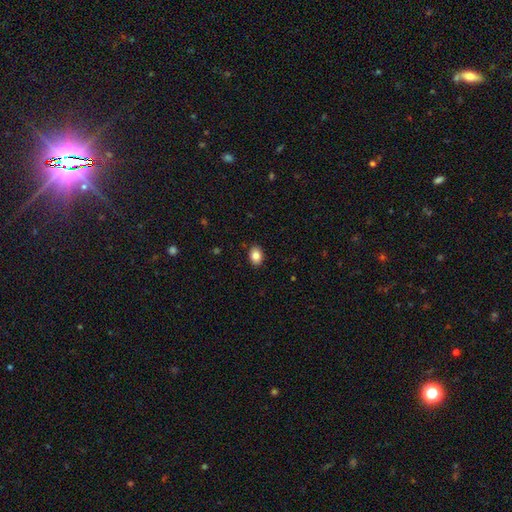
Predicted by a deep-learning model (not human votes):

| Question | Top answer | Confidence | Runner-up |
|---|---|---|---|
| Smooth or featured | smooth | 85% | star or artifact (9%) |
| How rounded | in between | 75% | round (24%) |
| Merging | none | 90% | minor disturbance (8%) |